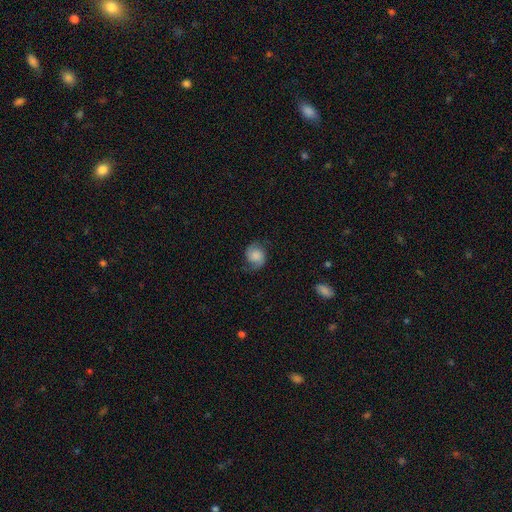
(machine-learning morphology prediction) featured or disk 47%, smooth 44%, star or artifact 10%. Down the decision tree: merging — none (69%).